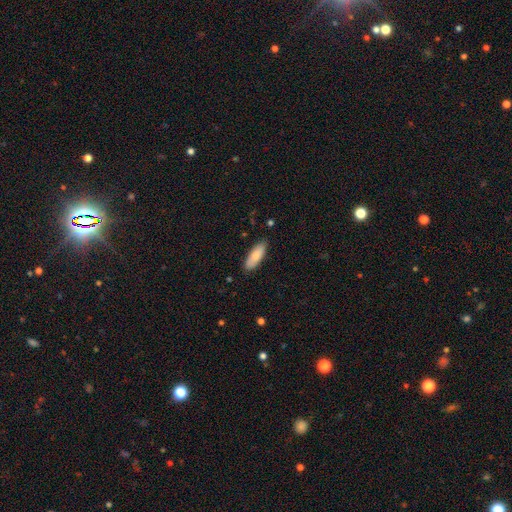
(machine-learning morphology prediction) A smooth galaxy with no disk features (83%) that is in between round and cigar-shaped (65%). Merging: none (86%).